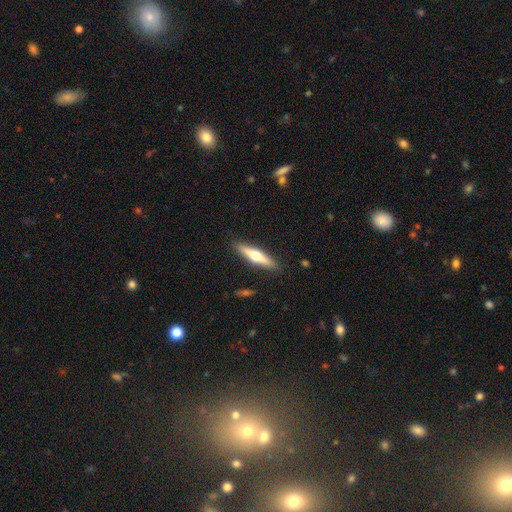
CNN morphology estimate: Q: Smooth or featured?
A: featured or disk (52%); runner-up: smooth (42%)
Q: Edge-on disk?
A: yes (94%); runner-up: no (6%)
Q: Merging?
A: none (89%); runner-up: minor disturbance (8%)